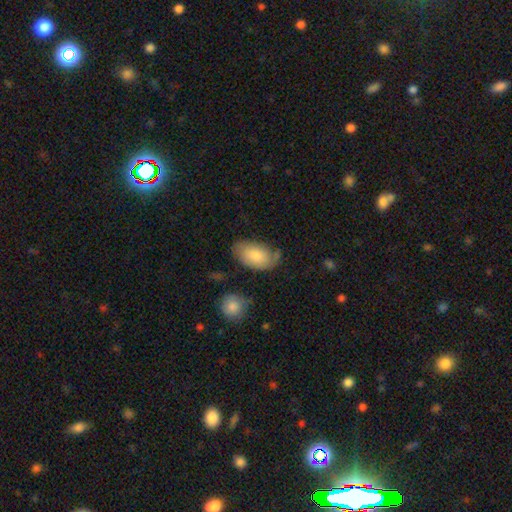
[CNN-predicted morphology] Smooth or featured? smooth (77%)
How rounded? in between (94%)
Merging? none (61%)